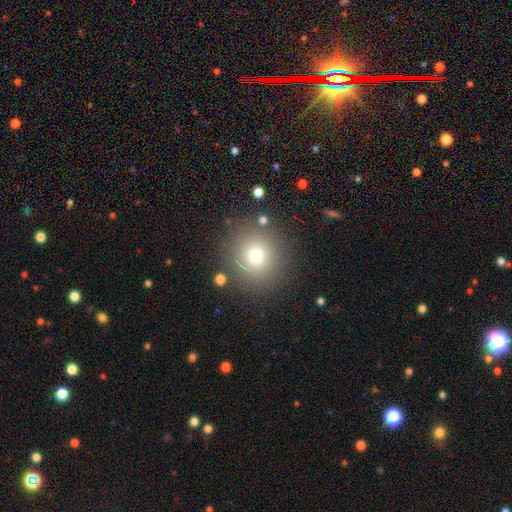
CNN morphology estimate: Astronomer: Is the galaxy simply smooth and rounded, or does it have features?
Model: smooth — 72%.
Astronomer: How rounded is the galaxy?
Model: round — 91%.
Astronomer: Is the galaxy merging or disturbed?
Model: none — 84%.